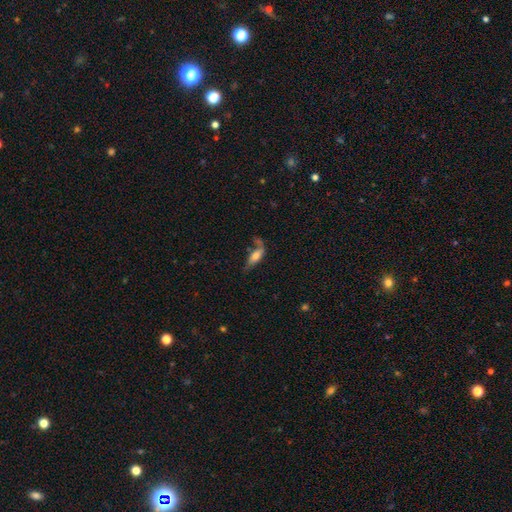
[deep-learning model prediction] The model was most divided on "merging": none: 43%, minor disturbance: 25%, merger: 16%, major disturbance: 16%. More confident: smooth or featured — smooth (62%); how rounded — in between (60%).